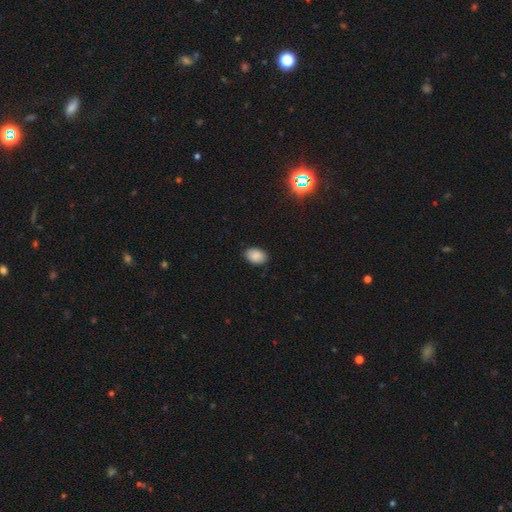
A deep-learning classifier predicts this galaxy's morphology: smooth 87%, star or artifact 8%, featured or disk 4%. Down the decision tree: how rounded — in between (83%); merging — none (88%).